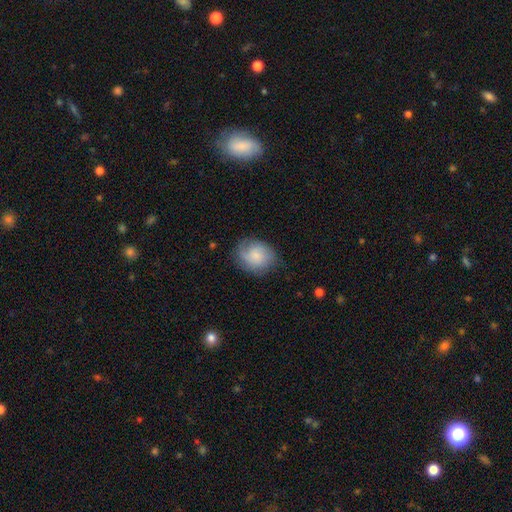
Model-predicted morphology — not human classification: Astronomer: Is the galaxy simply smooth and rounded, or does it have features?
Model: smooth — 63%.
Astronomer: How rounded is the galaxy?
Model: round — 57% (runner-up: in between, 42%).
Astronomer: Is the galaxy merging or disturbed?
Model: none — 68%.